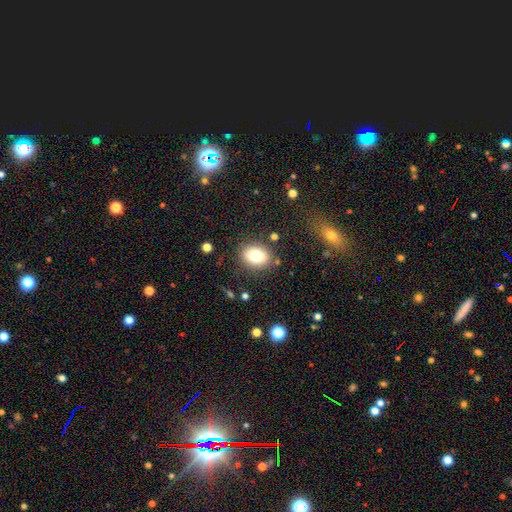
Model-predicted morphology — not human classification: Q: Smooth or featured?
A: smooth (79%); runner-up: featured or disk (11%)
Q: How rounded?
A: in between (62%); runner-up: round (37%)
Q: Merging?
A: none (82%); runner-up: minor disturbance (11%)